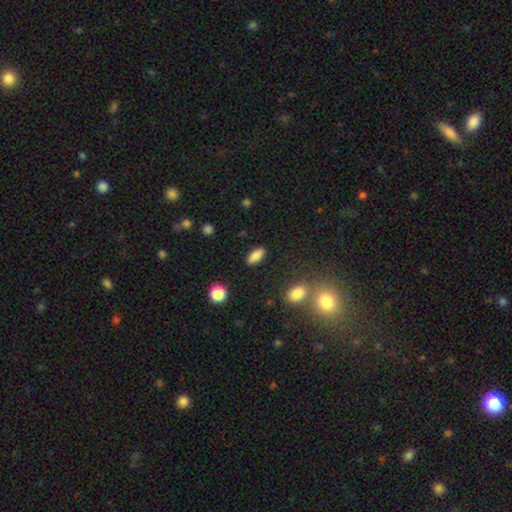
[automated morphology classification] Q: Smooth or featured?
A: smooth (84%); runner-up: star or artifact (8%)
Q: How rounded?
A: in between (83%); runner-up: cigar-shaped (13%)
Q: Merging?
A: none (88%); runner-up: minor disturbance (8%)